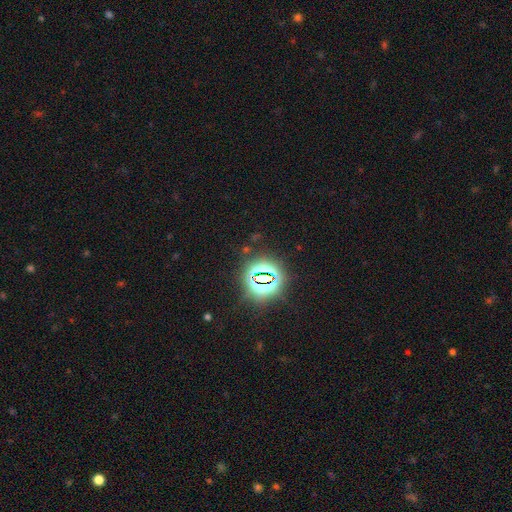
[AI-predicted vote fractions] The model was most divided on "smooth or featured": star or artifact: 80%, smooth: 12%, featured or disk: 7%.